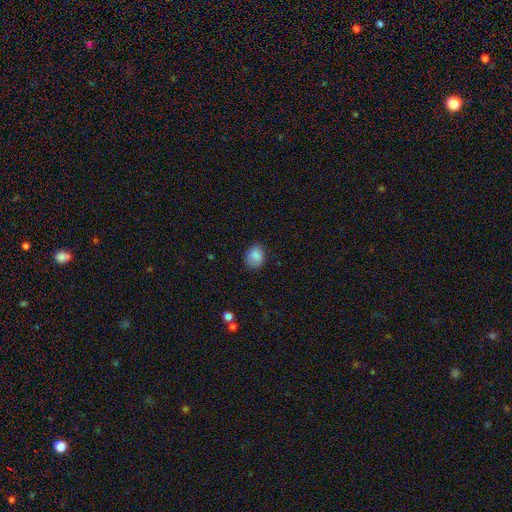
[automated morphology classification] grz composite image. It shows a smooth galaxy with no disk features (85%) that is round (51%). Merging: none (75%).